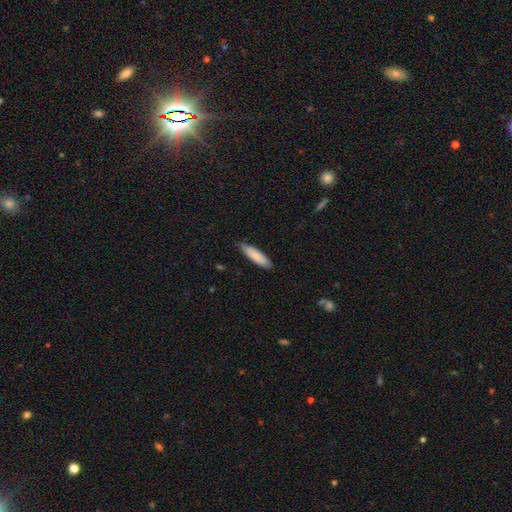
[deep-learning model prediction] Morphology: type=smooth (85%); roundness=cigar-shaped (68%); merging=none (82%).